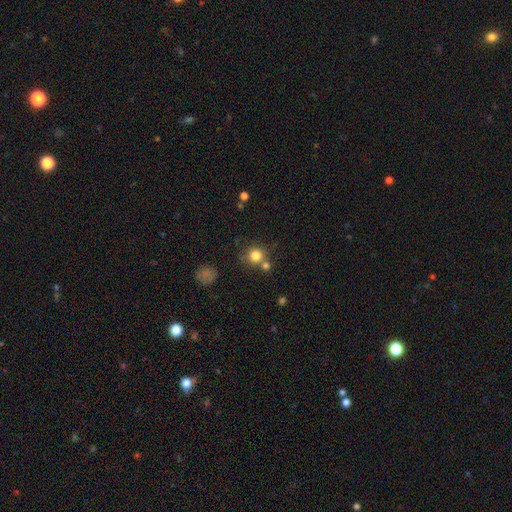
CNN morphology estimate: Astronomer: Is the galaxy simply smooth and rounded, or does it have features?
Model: smooth — 80%.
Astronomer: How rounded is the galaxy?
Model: round — 90%.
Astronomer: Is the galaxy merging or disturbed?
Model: none — 65%.